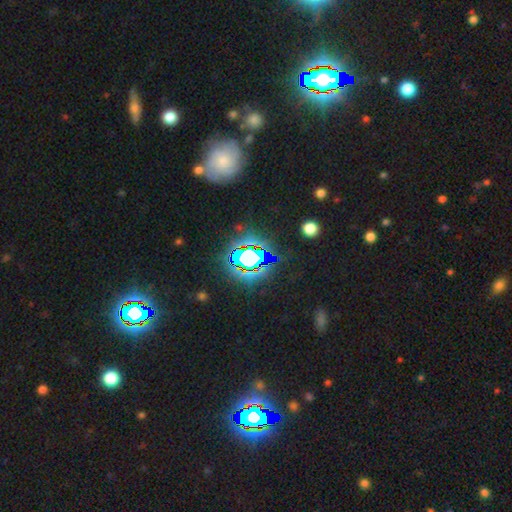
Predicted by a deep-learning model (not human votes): smooth_or_featured: star or artifact (p=0.81) [alt: smooth p=0.11]